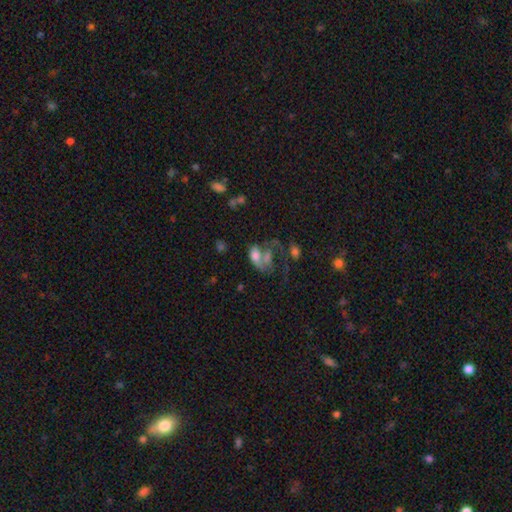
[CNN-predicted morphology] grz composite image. It shows a smooth galaxy with no disk features (55%) that is in between round and cigar-shaped (83%). Merging: merger (46%).